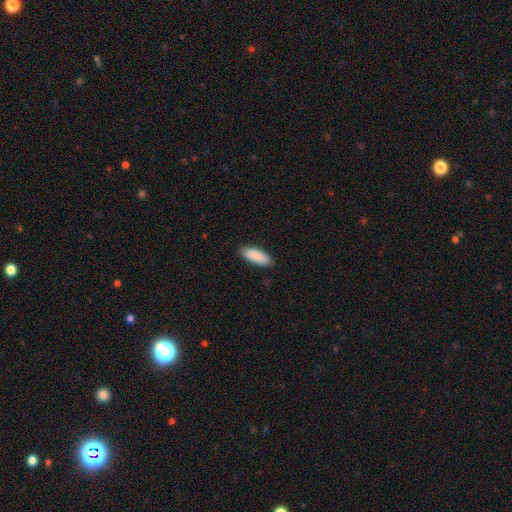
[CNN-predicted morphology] type=smooth (90%); roundness=in between (74%); merging=none (87%).